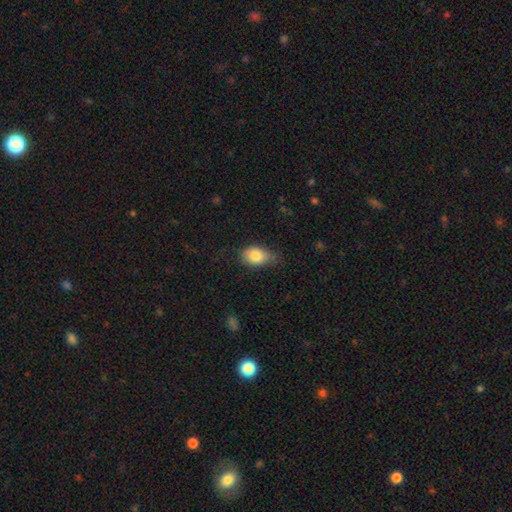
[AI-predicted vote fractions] Smooth or featured: smooth — 81% (featured or disk — 10%)
How rounded: in between — 80% (round — 18%)
Merging: none — 53% (minor disturbance — 38%)